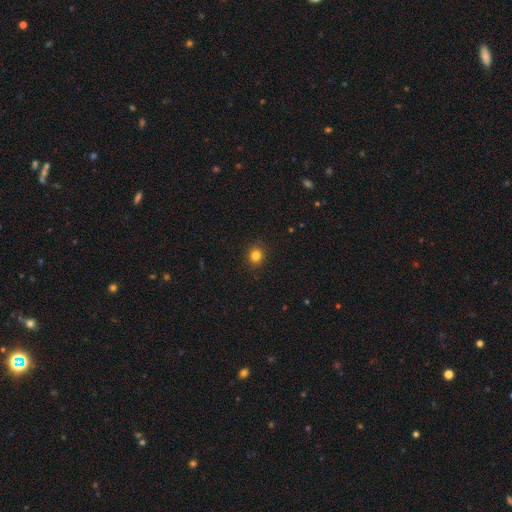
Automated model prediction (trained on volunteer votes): Smooth or featured: smooth — 82% (star or artifact — 13%)
How rounded: round — 81% (in between — 18%)
Merging: none — 90% (minor disturbance — 7%)